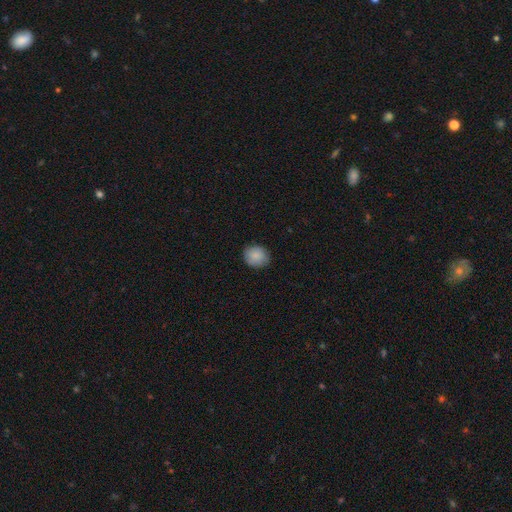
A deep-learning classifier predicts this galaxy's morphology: Smooth or featured?
  - smooth: 86% *
  - star or artifact: 8%
  - featured or disk: 6%
How rounded?
  - round: 77% *
  - in between: 22%
  - cigar-shaped: 1%
Merging?
  - none: 85% *
  - minor disturbance: 12%
  - major disturbance: 2%
  - merger: 1%